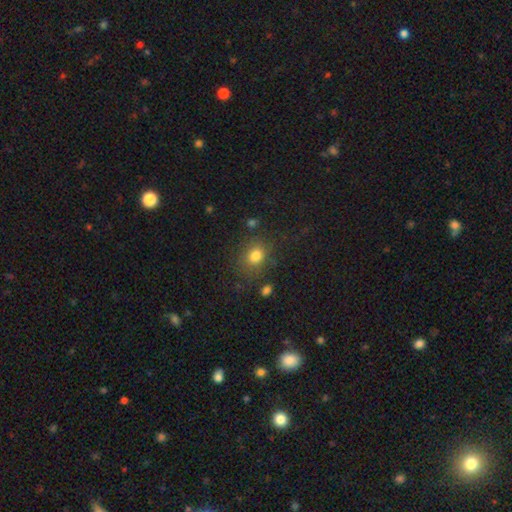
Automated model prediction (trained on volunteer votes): smooth-or-featured: smooth: 78% | star or artifact: 13% | featured or disk: 9%
  how-rounded: in between: 52% | round: 47% | cigar-shaped: 1%
  merging: none: 73% | minor disturbance: 16% | major disturbance: 7% | merger: 4%